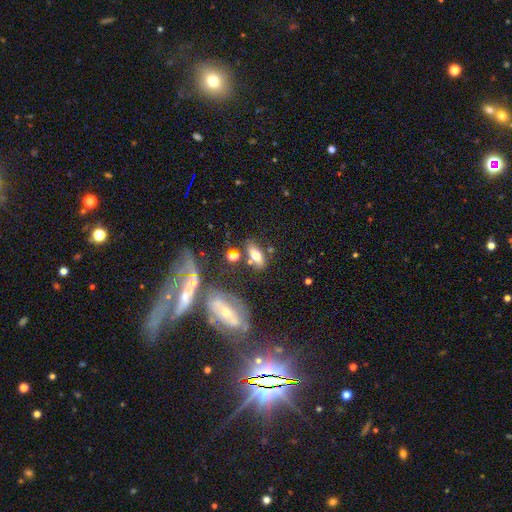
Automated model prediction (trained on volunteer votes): Overall: smooth (62%; featured or disk 28%). How rounded: in between (78%). Merging: none (66%).